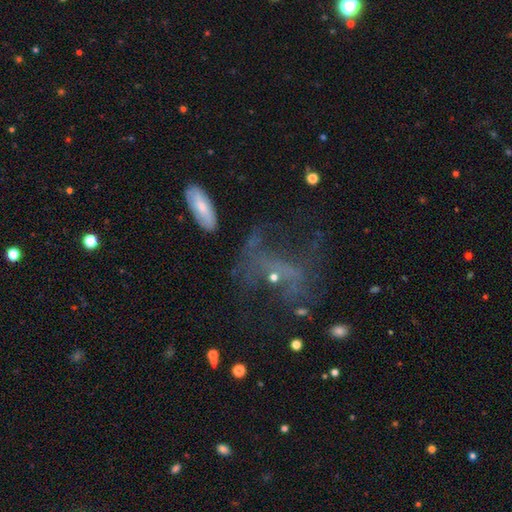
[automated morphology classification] This appears to be a featured or disk galaxy (57%) with no bar (65%), no spiral arms (58%) and a small central bulge (63%). Merging: none (41%).